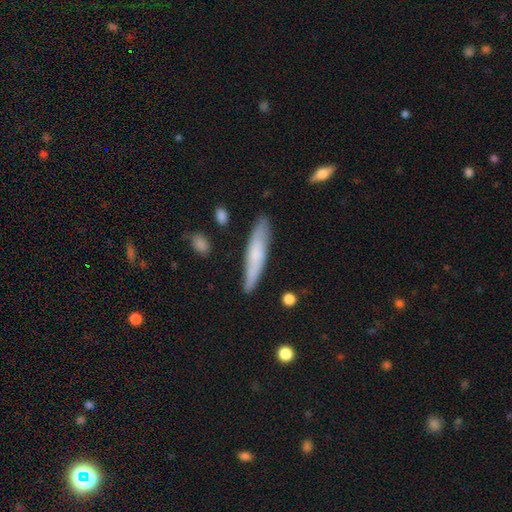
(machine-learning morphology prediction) The model was most divided on "smooth or featured": smooth: 63%, featured or disk: 30%, star or artifact: 6%. More confident: how rounded — cigar-shaped (88%); merging — none (84%).